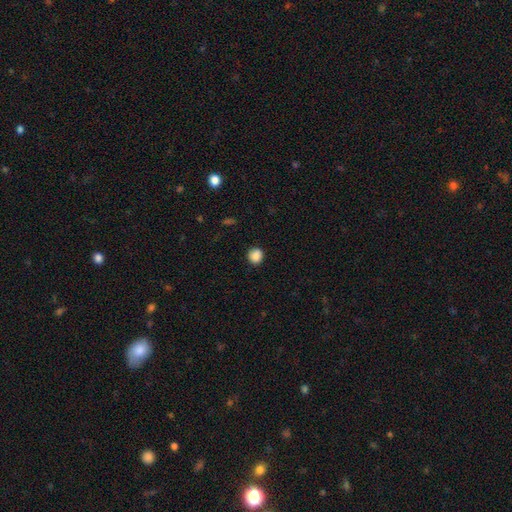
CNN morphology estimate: smooth 88%, star or artifact 9%, featured or disk 3%. Down the decision tree: how rounded — round (89%); merging — none (89%).